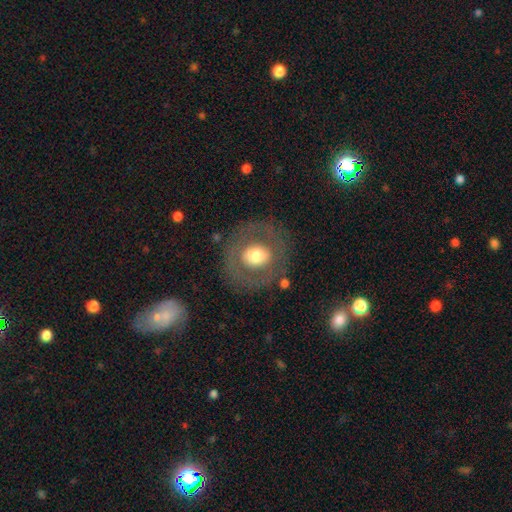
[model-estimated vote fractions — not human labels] This appears to be a smooth galaxy with no disk features (53%) that is round (83%). Merging: none (80%).